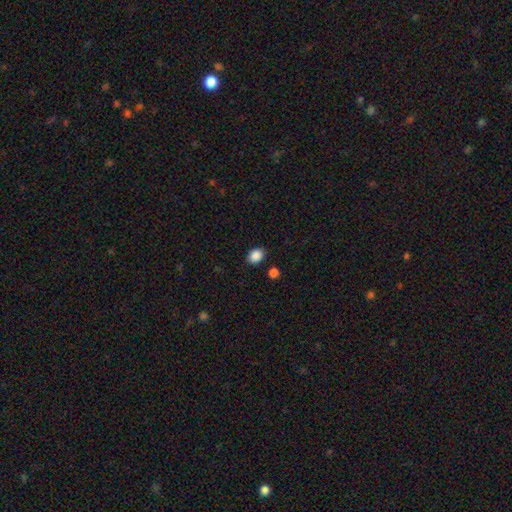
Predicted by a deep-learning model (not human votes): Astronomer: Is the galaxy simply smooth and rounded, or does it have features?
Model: smooth — 88%.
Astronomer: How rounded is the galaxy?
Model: in between — 65%.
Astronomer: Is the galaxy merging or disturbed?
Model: none — 85%.